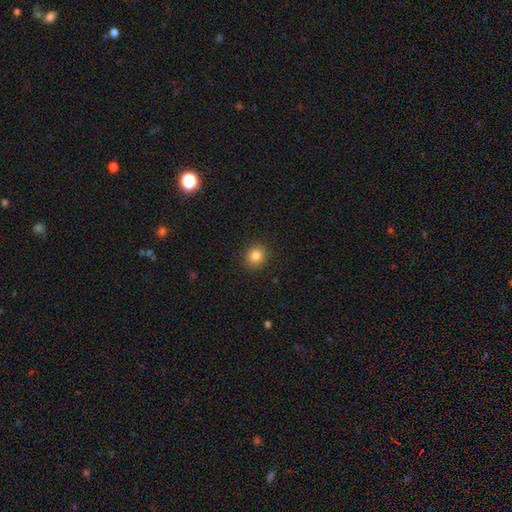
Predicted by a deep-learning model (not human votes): This is clearly a smooth galaxy (84%). How rounded: clearly round (81%). Merging: clearly none (90%).